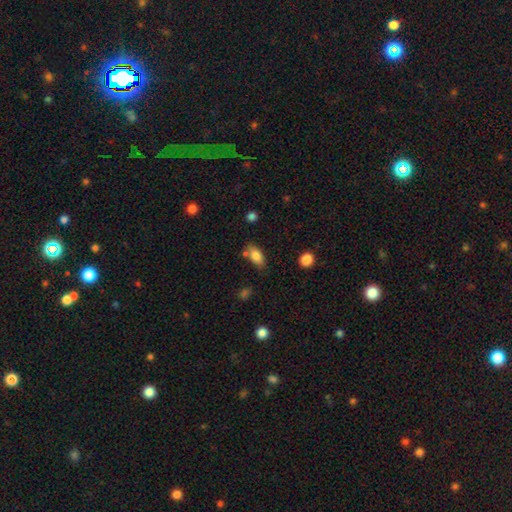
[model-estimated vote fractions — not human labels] Smooth or featured?
  - smooth: 82% *
  - featured or disk: 10%
  - star or artifact: 8%
How rounded?
  - in between: 89% *
  - cigar-shaped: 6%
  - round: 5%
Merging?
  - none: 69% *
  - minor disturbance: 17%
  - merger: 10%
  - major disturbance: 4%